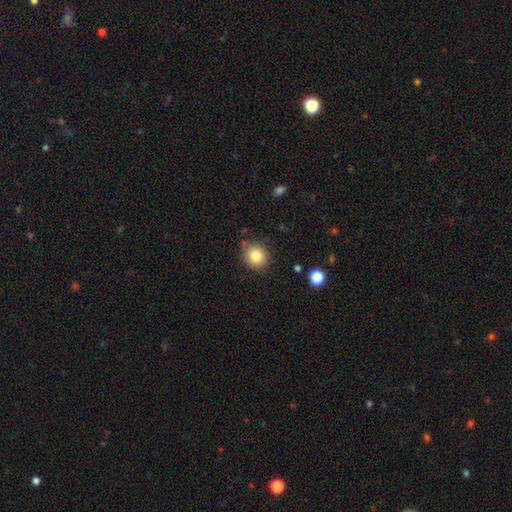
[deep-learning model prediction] This is clearly a smooth galaxy (82%). How rounded: clearly round (81%). Merging: likely none (79%).